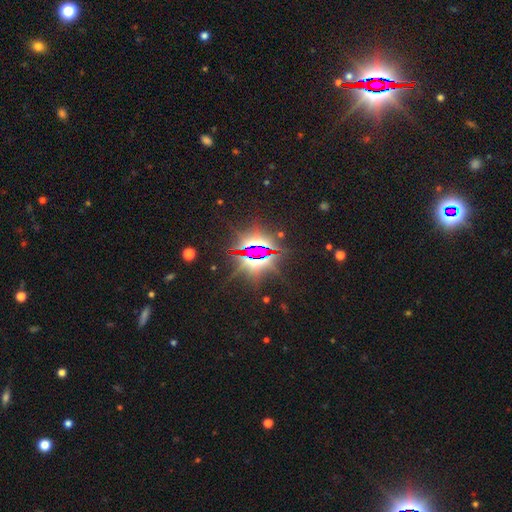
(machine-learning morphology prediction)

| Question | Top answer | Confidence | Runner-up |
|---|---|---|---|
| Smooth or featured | star or artifact | 82% | smooth (10%) |